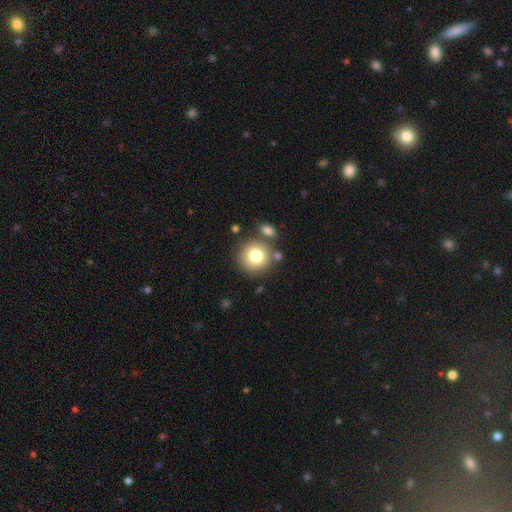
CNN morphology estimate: A smooth galaxy with no disk features (79%) that is round (93%).

Vote fractions:
- Smooth or featured? smooth: 79% / featured or disk: 11% / star or artifact: 10%
- How rounded? round: 93% / in between: 7% / cigar-shaped: 1%
- Merging? none: 76% / merger: 11% / minor disturbance: 10% / major disturbance: 4%